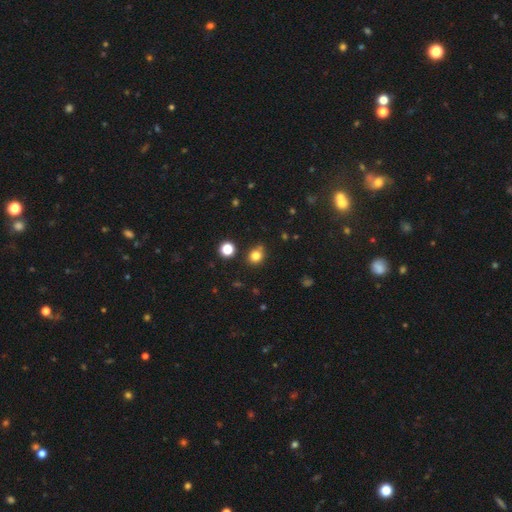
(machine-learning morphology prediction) Smooth or featured? Predicted: smooth (p=0.80). How rounded? Predicted: round (p=0.78). Merging? Predicted: none (p=0.77).